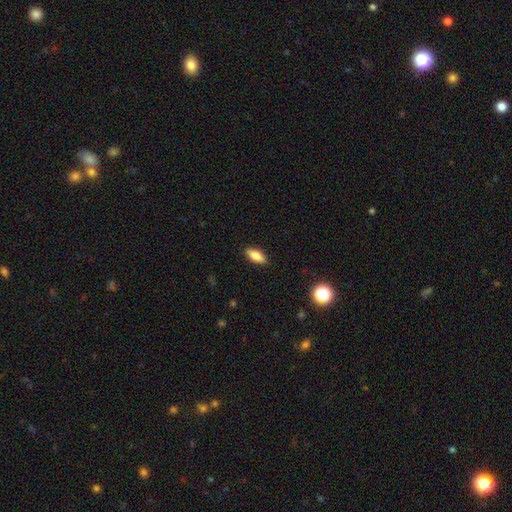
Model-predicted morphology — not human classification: Smooth or featured: smooth — 75% (featured or disk — 18%)
How rounded: in between — 76% (cigar-shaped — 21%)
Merging: none — 88% (minor disturbance — 9%)